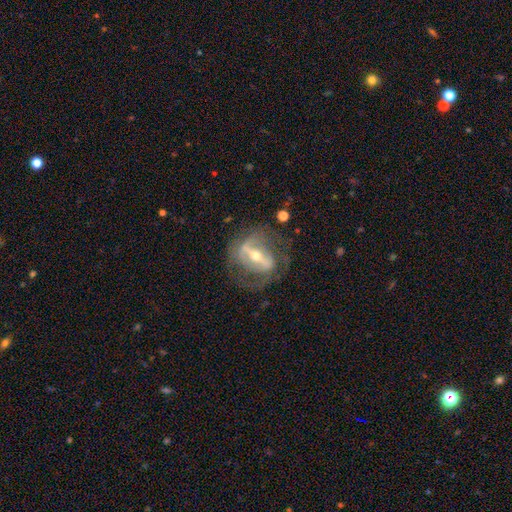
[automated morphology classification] A featured or disk galaxy (83%) with a strong bar (71%), 2 (67%) medium (42%) spiral arms (70%) and a moderate central bulge (50%).

Vote fractions:
- Smooth or featured? featured or disk: 83% / smooth: 10% / star or artifact: 6%
- Edge-on disk? no: 87% / yes: 13%
- Bar? strong: 71% / weak: 20% / no: 9%
- Spiral arms? yes: 70% / no: 30%
- Spiral winding? medium: 42% / tight: 33% / loose: 24%
- Spiral arm count? 2: 67% / can't tell: 20% / 1: 6% / 3: 4% / 4: 2% / more than 4: 1%
- Bulge size? moderate: 50% / small: 45% / large: 3% / none: 1% / dominant: 1%
- Merging? none: 61% / major disturbance: 19% / minor disturbance: 18% / merger: 2%